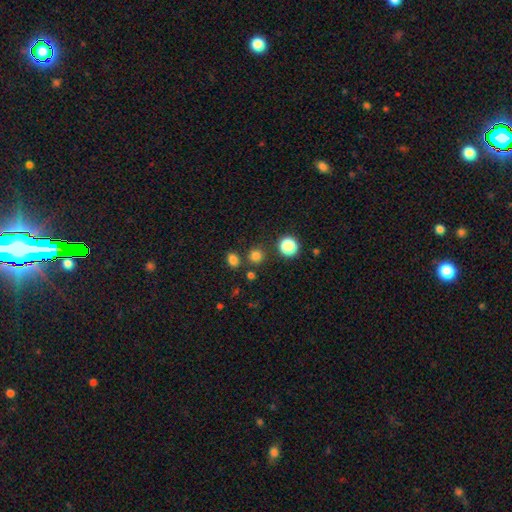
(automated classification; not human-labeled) smooth-or-featured: smooth: 76% | star or artifact: 19% | featured or disk: 5%
  how-rounded: round: 85% | in between: 14% | cigar-shaped: 1%
  merging: none: 79% | merger: 10% | minor disturbance: 8% | major disturbance: 3%